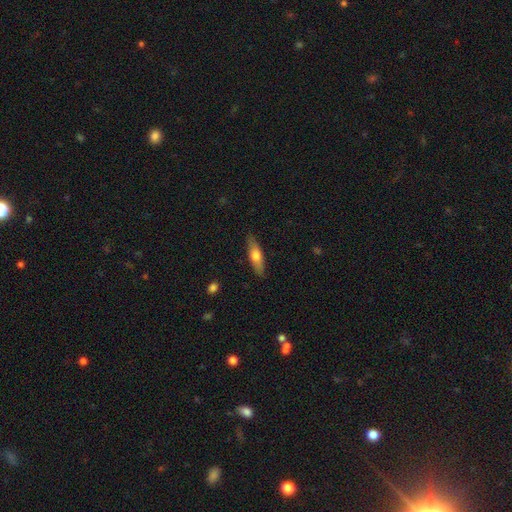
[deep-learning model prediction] The model was most divided on "how rounded": cigar-shaped: 58%, in between: 40%, round: 2%. More confident: merging — none (87%); smooth or featured — smooth (60%).